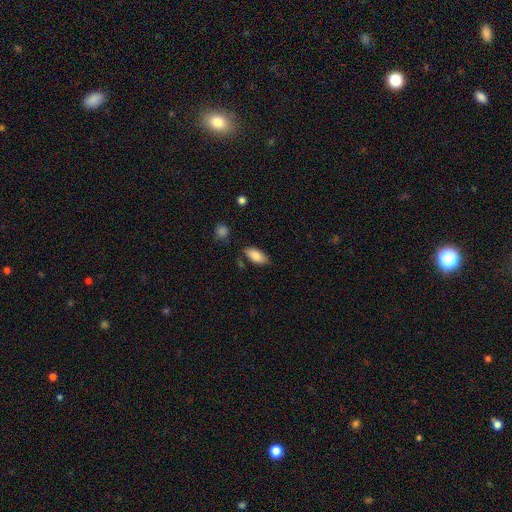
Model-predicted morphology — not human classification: The model was most divided on "merging": none: 77%, minor disturbance: 16%, major disturbance: 3%, merger: 3%. More confident: how rounded — in between (90%); smooth or featured — smooth (84%).